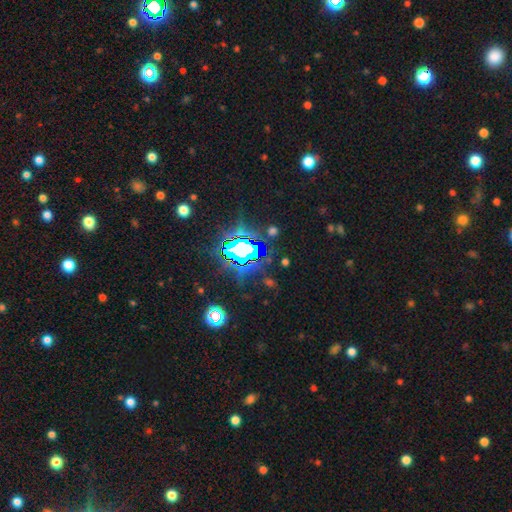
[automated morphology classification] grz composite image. It shows a star or artifact, not a galaxy (83%).